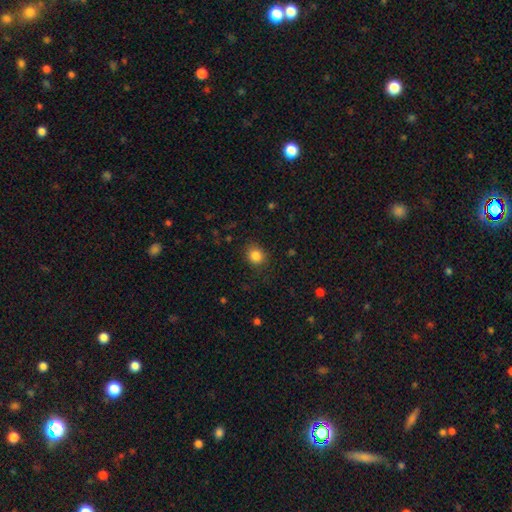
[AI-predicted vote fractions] Q: Smooth or featured?
A: smooth (85%); runner-up: star or artifact (11%)
Q: How rounded?
A: round (79%); runner-up: in between (20%)
Q: Merging?
A: none (85%); runner-up: minor disturbance (11%)